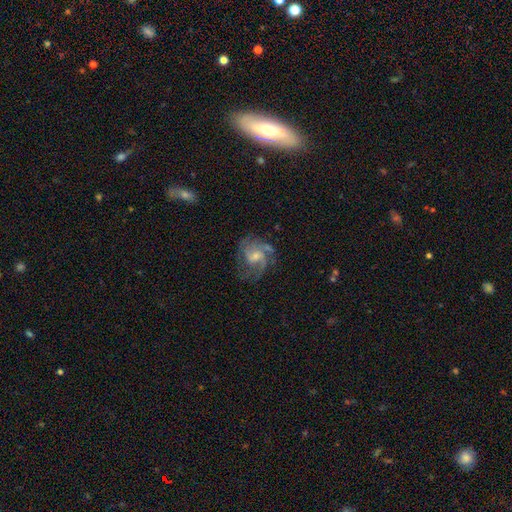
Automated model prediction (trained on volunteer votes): Smooth or featured?
  - featured or disk: 78% *
  - smooth: 15%
  - star or artifact: 8%
Edge-on disk?
  - no: 98% *
  - yes: 2%
Bar?
  - no: 53% *
  - weak: 41%
  - strong: 6%
Spiral arms?
  - yes: 91% *
  - no: 9%
Spiral winding?
  - medium: 49% *
  - tight: 26%
  - loose: 25%
Spiral arm count?
  - 3: 32% *
  - 2: 26%
  - can't tell: 22%
  - 4: 8%
  - 1: 7%
  - more than 4: 5%
Bulge size?
  - small: 47% *
  - moderate: 40%
  - none: 8%
  - large: 4%
  - dominant: 1%
Merging?
  - none: 55% *
  - major disturbance: 21%
  - minor disturbance: 21%
  - merger: 2%